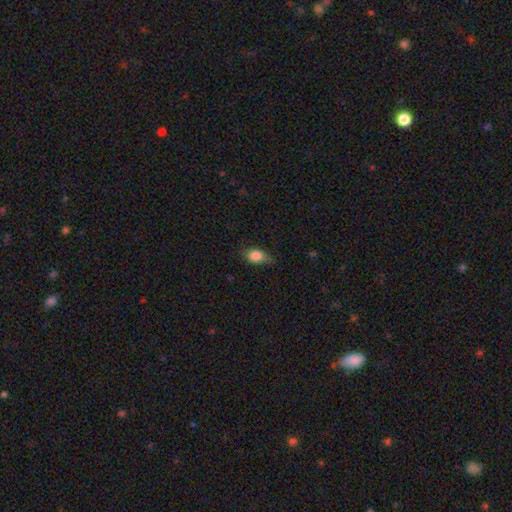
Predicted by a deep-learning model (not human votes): The model was most divided on "merging": none: 63%, minor disturbance: 29%, major disturbance: 7%, merger: 1%. More confident: smooth or featured — smooth (82%); how rounded — in between (76%).